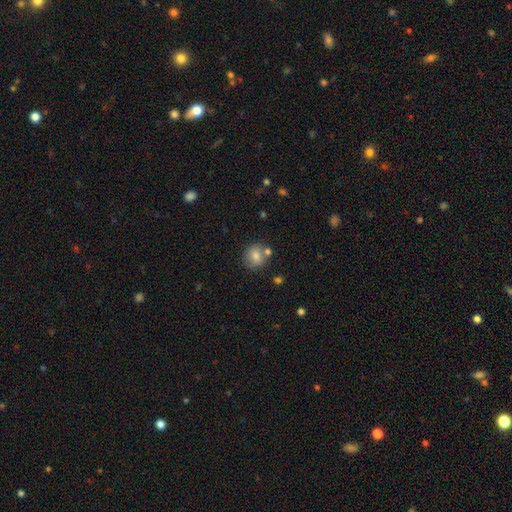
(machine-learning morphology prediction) This appears to be a smooth galaxy with no disk features (78%) that is round (79%). Merging: none (71%).